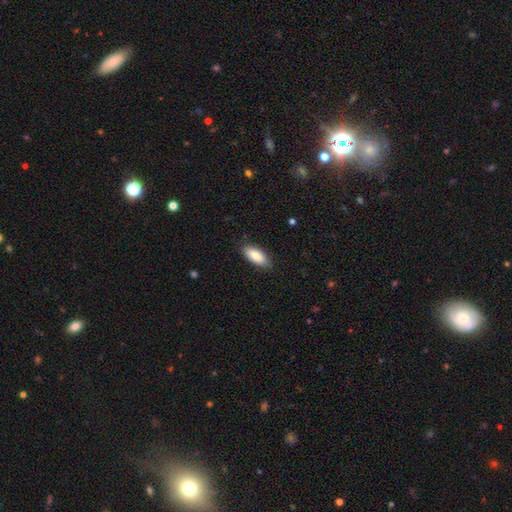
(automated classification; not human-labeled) Smooth or featured? smooth (84%)
How rounded? in between (85%)
Merging? none (86%)